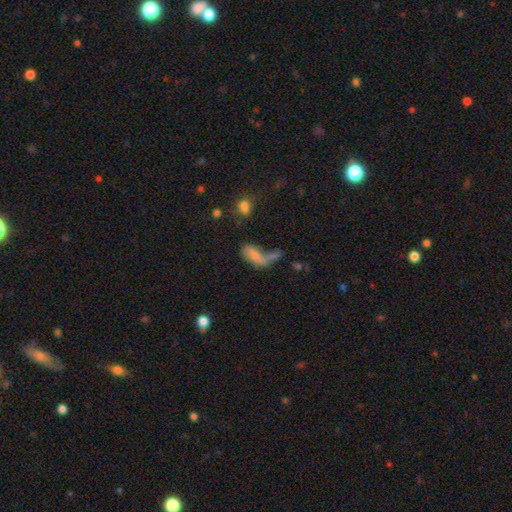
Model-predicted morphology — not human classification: Overall: smooth (62%; featured or disk 25%). How rounded: in between (79%). Merging: merger (41%; major disturbance 23%).